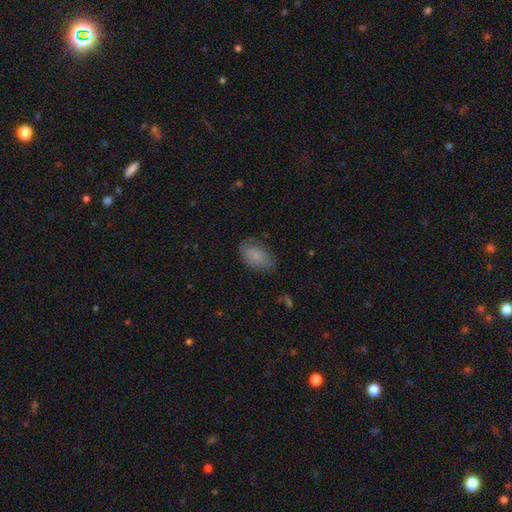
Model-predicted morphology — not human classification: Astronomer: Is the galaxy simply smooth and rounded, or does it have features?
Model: smooth — 79%.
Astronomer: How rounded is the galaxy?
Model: in between — 92%.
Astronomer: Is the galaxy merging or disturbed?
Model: none — 73%.